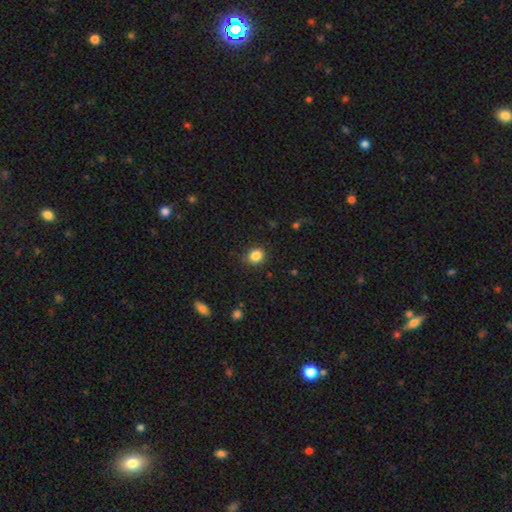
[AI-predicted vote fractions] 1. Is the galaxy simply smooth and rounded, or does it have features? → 85% smooth, 10% star or artifact, 5% featured or disk.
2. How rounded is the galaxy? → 70% round, 30% in between, 1% cigar-shaped.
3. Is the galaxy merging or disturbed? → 85% none, 11% minor disturbance, 3% major disturbance, 1% merger.